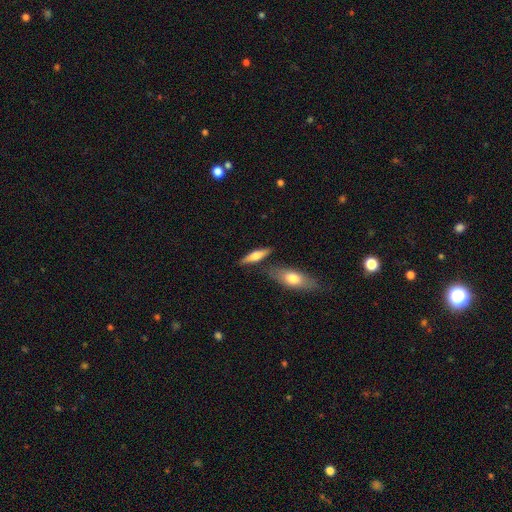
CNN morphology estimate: This is possibly a smooth galaxy (57%). How rounded: likely cigar-shaped (61%). Merging: likely none (72%).